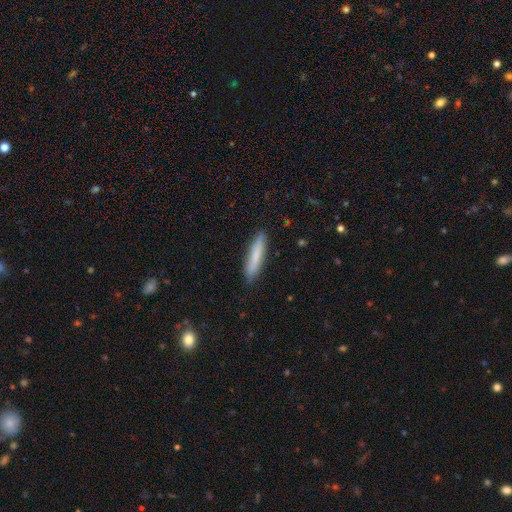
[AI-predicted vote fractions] Overall: smooth (77%). How rounded: cigar-shaped (88%). Merging: none (87%).